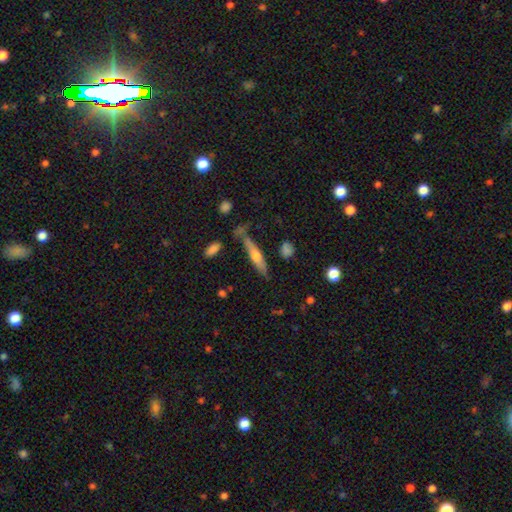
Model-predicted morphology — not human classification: Q: Smooth or featured?
A: featured or disk (48%); runner-up: smooth (45%)
Q: Merging?
A: none (72%); runner-up: minor disturbance (16%)